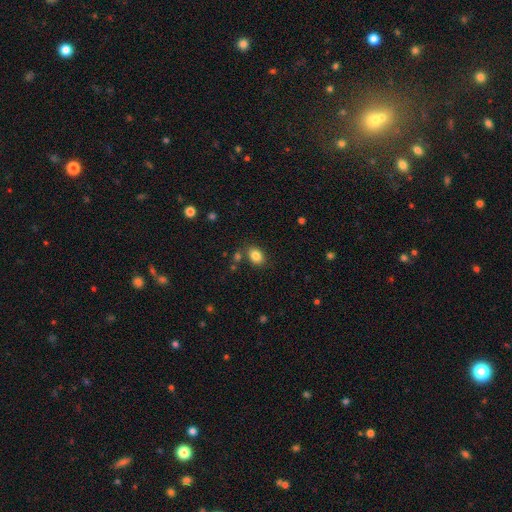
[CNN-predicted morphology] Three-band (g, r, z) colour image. It shows a smooth galaxy with no disk features (84%) that is in between round and cigar-shaped (69%). Merging: none (79%).